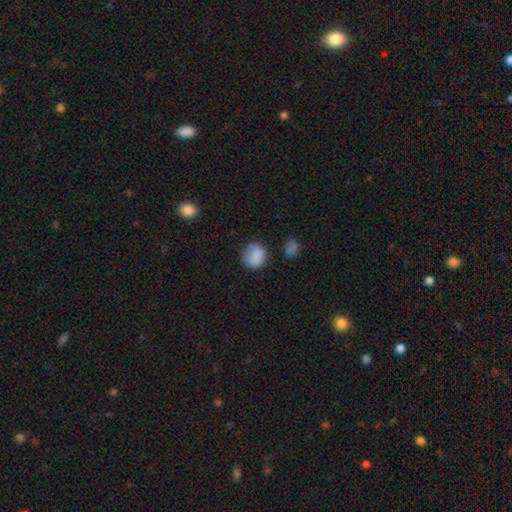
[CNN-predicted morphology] type=smooth (84%); roundness=round (78%); merging=none (69%).